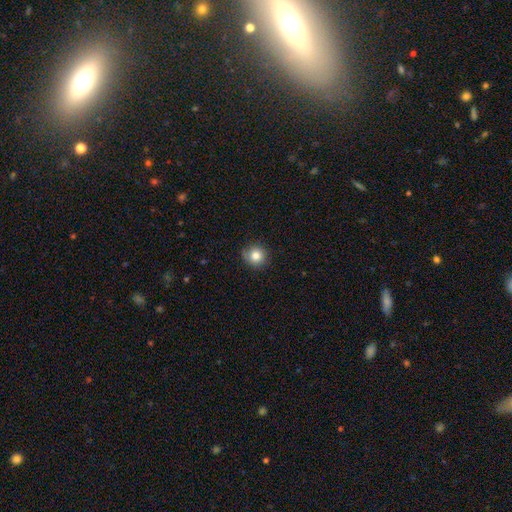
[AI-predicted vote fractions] This is clearly a smooth galaxy (82%). How rounded: clearly round (91%). Merging: clearly none (83%).